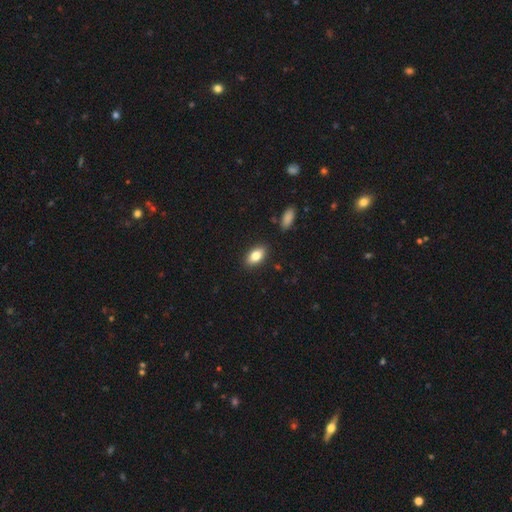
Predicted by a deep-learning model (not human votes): Smooth or featured?
  - smooth: 81% *
  - featured or disk: 11%
  - star or artifact: 7%
How rounded?
  - in between: 90% *
  - round: 5%
  - cigar-shaped: 5%
Merging?
  - none: 87% *
  - minor disturbance: 9%
  - major disturbance: 2%
  - merger: 2%